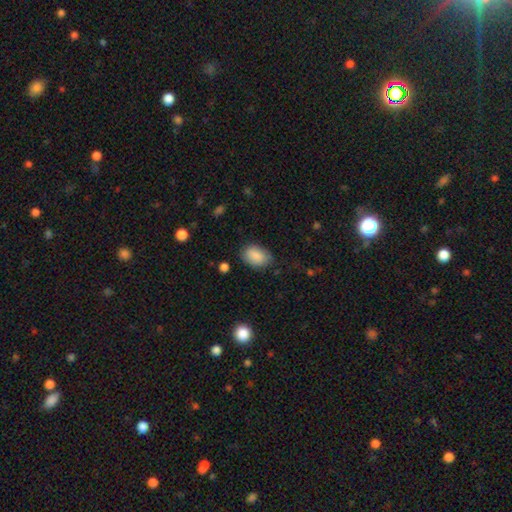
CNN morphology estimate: smooth_or_featured: smooth (p=0.88) [alt: star or artifact p=0.07]
how_rounded: in between (p=0.86) [alt: round p=0.13]
merging: none (p=0.76) [alt: minor disturbance p=0.18]